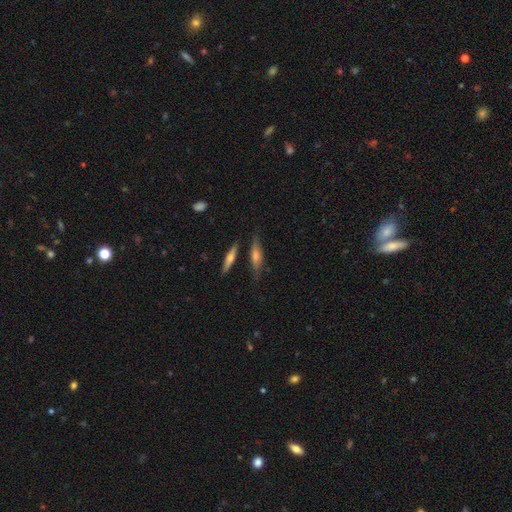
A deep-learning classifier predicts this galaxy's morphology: featured or disk 49%, smooth 42%, star or artifact 9%. Down the decision tree: merging — none (73%).